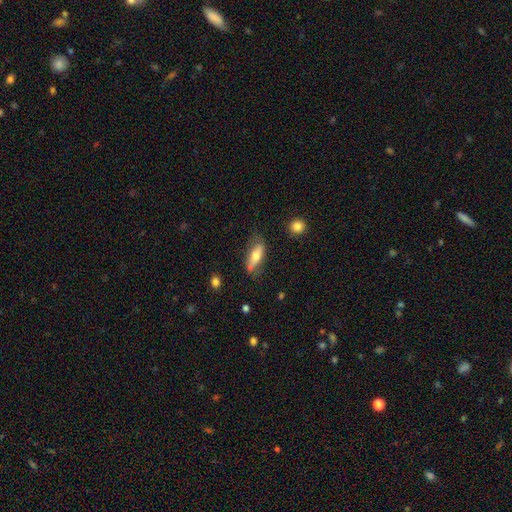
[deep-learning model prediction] Q: Smooth or featured?
A: smooth (59%); runner-up: featured or disk (35%)
Q: How rounded?
A: in between (54%); runner-up: cigar-shaped (43%)
Q: Merging?
A: none (65%); runner-up: minor disturbance (24%)